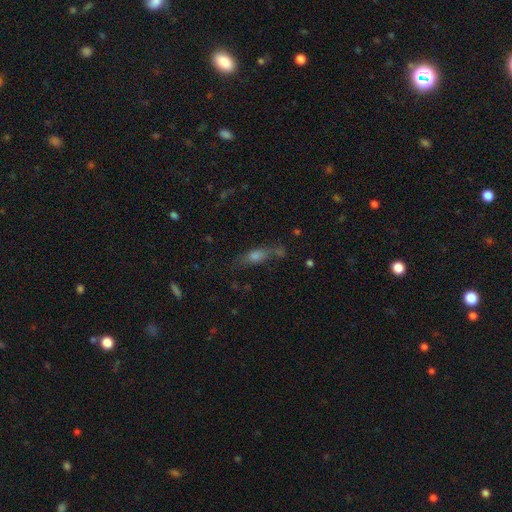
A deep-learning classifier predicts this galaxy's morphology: This is possibly a smooth galaxy (51%). How rounded: possibly cigar-shaped (50%). Merging: possibly none (58%).